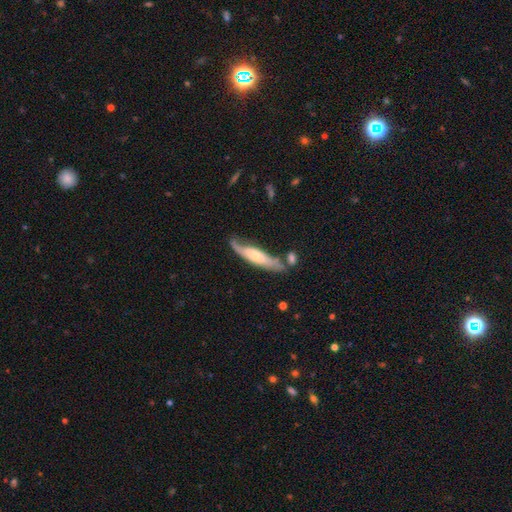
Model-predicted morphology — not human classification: Q: Smooth or featured?
A: featured or disk (55%); runner-up: smooth (40%)
Q: Edge-on disk?
A: yes (51%); runner-up: no (49%)
Q: Merging?
A: none (53%); runner-up: minor disturbance (25%)